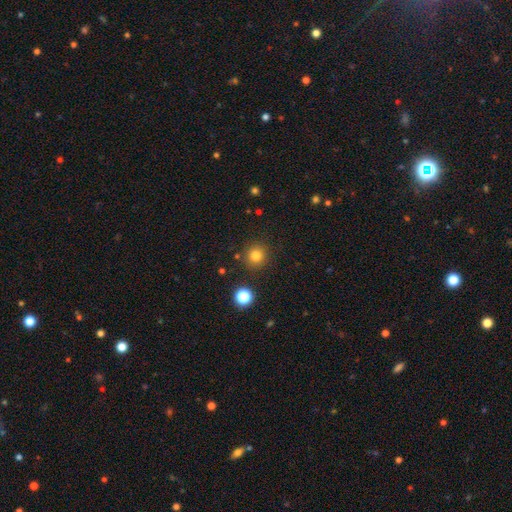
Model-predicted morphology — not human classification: Smooth or featured? Predicted: smooth (p=0.81). How rounded? Predicted: round (p=0.93). Merging? Predicted: none (p=0.88).